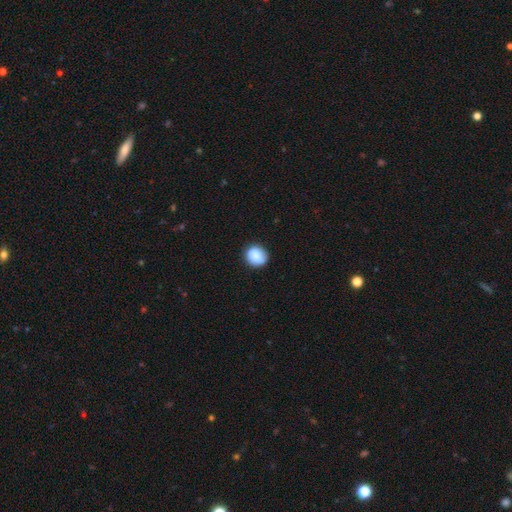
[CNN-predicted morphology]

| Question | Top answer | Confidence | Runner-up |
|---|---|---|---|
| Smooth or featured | smooth | 84% | featured or disk (8%) |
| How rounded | round | 83% | in between (16%) |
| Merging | none | 86% | minor disturbance (10%) |